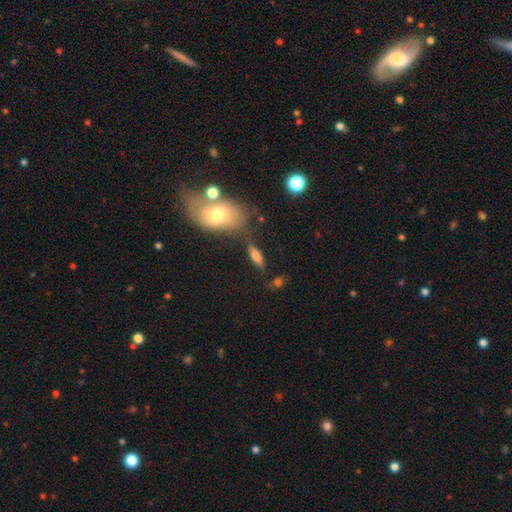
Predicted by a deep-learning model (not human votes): A smooth galaxy with no disk features (72%) that is in between round and cigar-shaped (58%).

Vote fractions:
- Smooth or featured? smooth: 72% / featured or disk: 19% / star or artifact: 9%
- How rounded? in between: 58% / cigar-shaped: 38% / round: 4%
- Merging? none: 65% / minor disturbance: 17% / merger: 11% / major disturbance: 7%